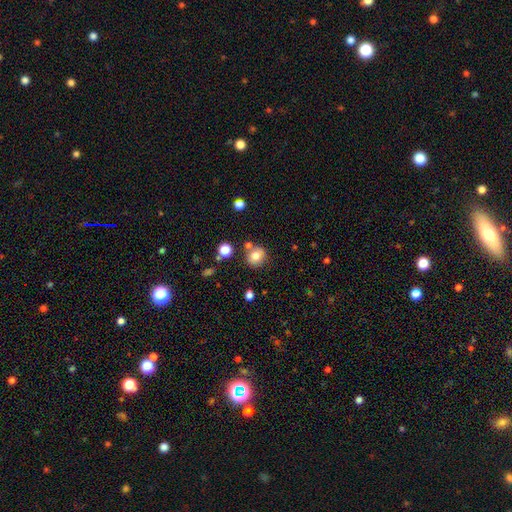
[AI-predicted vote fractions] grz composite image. It shows a smooth galaxy with no disk features (78%) that is round (80%). Merging: none (72%).